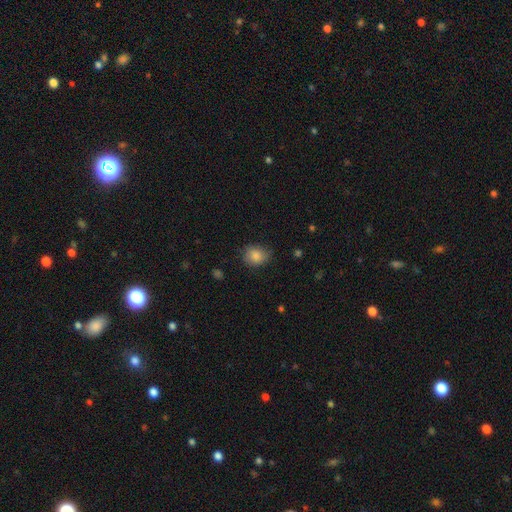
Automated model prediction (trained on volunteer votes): Smooth or featured? smooth (85%)
How rounded? round (59%)
Merging? none (70%)